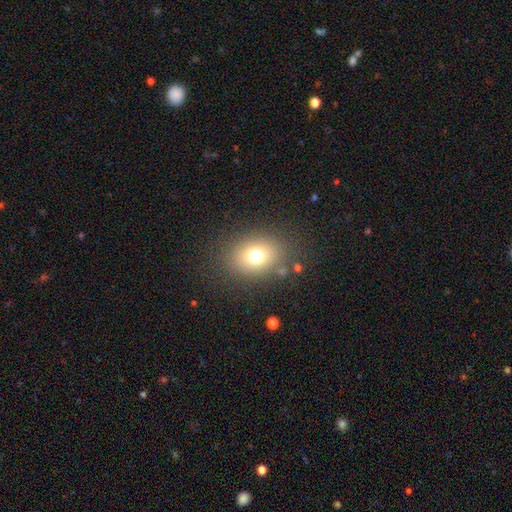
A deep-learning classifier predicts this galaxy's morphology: smooth_or_featured: smooth (p=0.72) [alt: star or artifact p=0.14]
how_rounded: in between (p=0.51) [alt: round p=0.48]
merging: none (p=0.82) [alt: minor disturbance p=0.10]